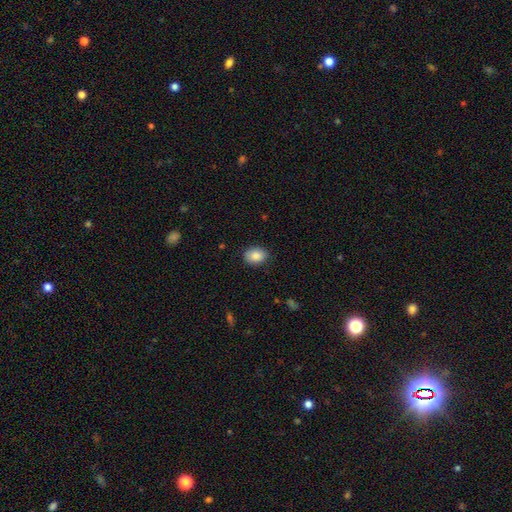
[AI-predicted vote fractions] A smooth galaxy with no disk features (87%) that is in between round and cigar-shaped (66%).

Vote fractions:
- Smooth or featured? smooth: 87% / star or artifact: 7% / featured or disk: 5%
- How rounded? in between: 66% / round: 33% / cigar-shaped: 1%
- Merging? none: 85% / minor disturbance: 11% / major disturbance: 3% / merger: 1%